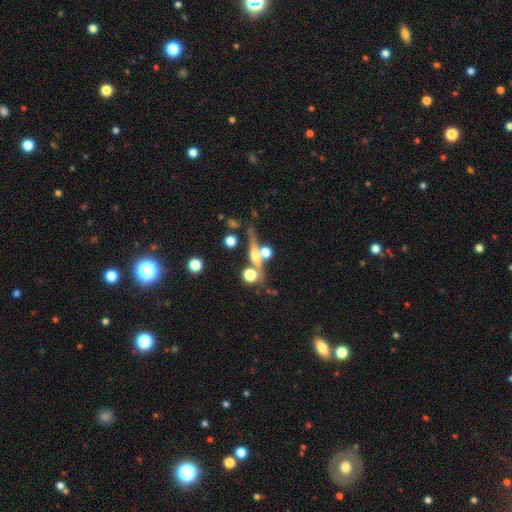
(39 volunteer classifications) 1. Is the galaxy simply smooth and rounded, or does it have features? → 79% featured or disk, 10% smooth, 10% star or artifact.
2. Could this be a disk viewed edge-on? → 100% yes, 0% no.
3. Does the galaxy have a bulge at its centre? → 90% rounded, 6% boxy, 3% none.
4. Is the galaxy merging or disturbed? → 60% none, 20% merger, 17% minor disturbance, 3% major disturbance.